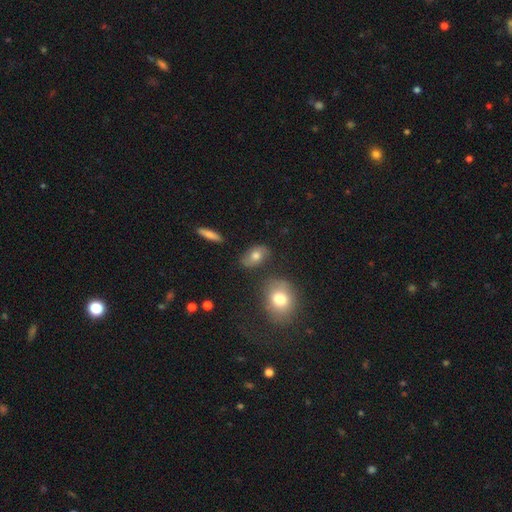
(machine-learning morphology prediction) This is likely a smooth galaxy (65%). How rounded: clearly in between (84%). Merging: likely none (75%).